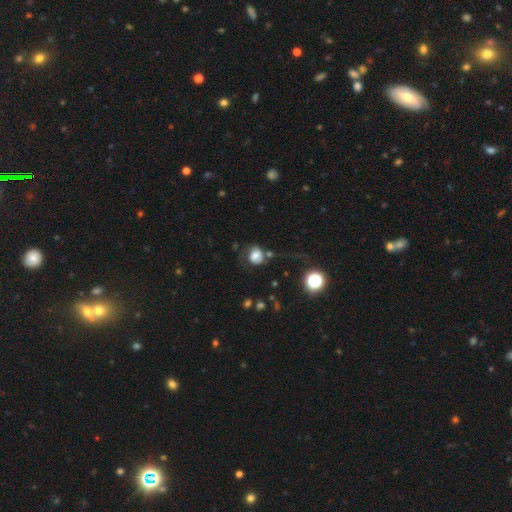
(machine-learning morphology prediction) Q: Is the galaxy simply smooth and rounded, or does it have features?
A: smooth — 59%.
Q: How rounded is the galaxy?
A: round — 64%.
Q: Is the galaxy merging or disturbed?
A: none — 47%.